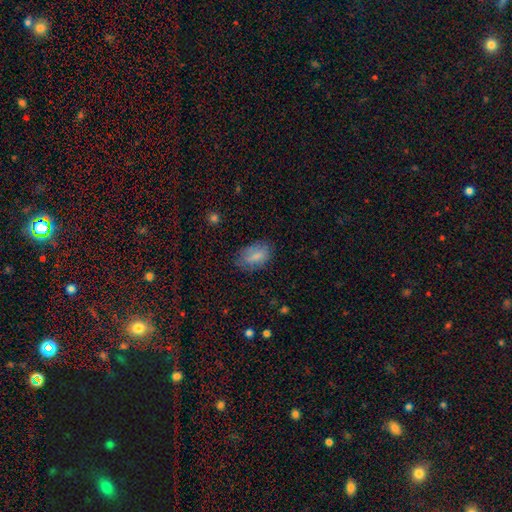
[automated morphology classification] A smooth galaxy with no disk features (77%) that is in between round and cigar-shaped (90%).

Vote fractions:
- Smooth or featured? smooth: 77% / featured or disk: 14% / star or artifact: 9%
- How rounded? in between: 90% / round: 7% / cigar-shaped: 2%
- Merging? none: 72% / minor disturbance: 20% / major disturbance: 6% / merger: 2%